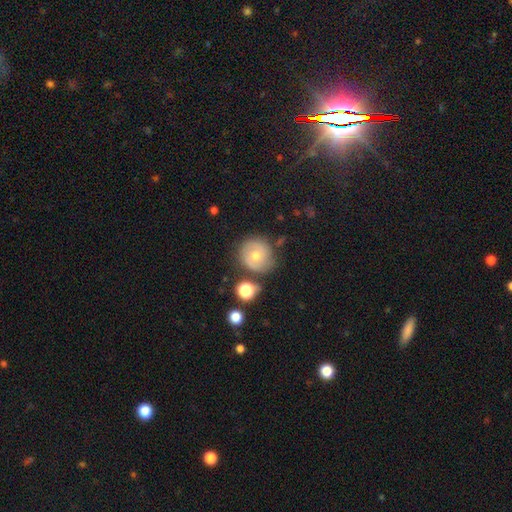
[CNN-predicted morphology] Smooth or featured? Predicted: featured or disk (p=0.49). Merging? Predicted: none (p=0.70).